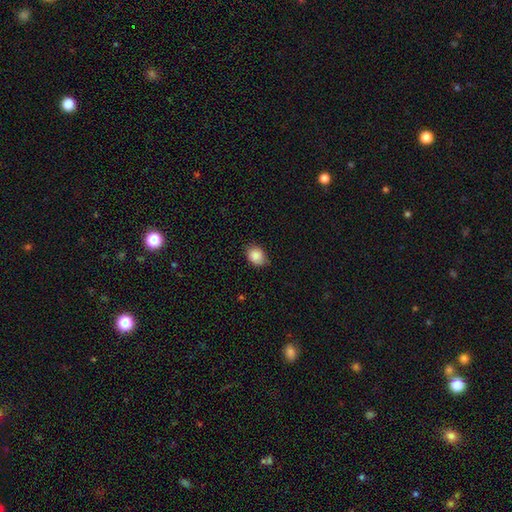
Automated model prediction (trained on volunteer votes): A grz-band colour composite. It shows a smooth galaxy with no disk features (87%) that is in between round and cigar-shaped (53%). Merging: none (77%).